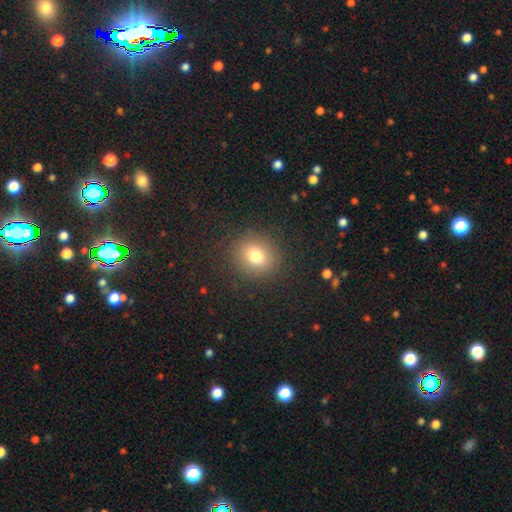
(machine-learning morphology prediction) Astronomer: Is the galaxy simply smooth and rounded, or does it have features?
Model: smooth — 76%.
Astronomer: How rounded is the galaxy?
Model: round — 77%.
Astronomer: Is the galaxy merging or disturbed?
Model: none — 87%.